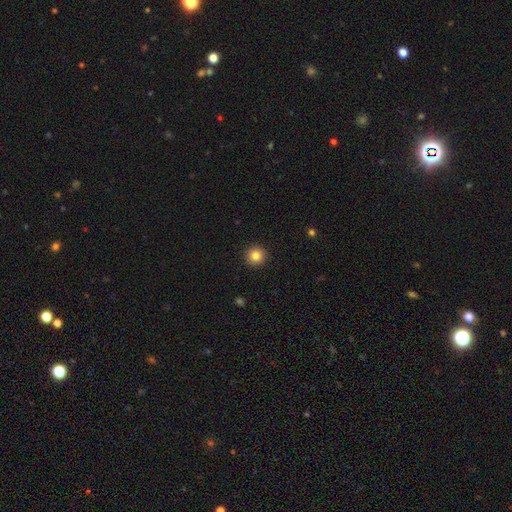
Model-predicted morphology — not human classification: The model was most divided on "smooth or featured": smooth: 83%, star or artifact: 11%, featured or disk: 6%. More confident: how rounded — round (95%); merging — none (93%).